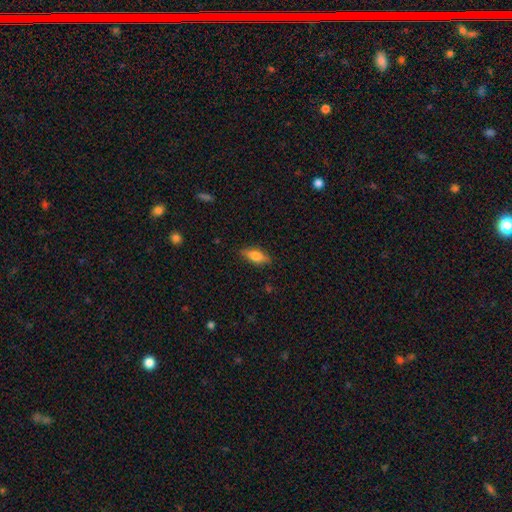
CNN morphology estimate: Smooth or featured? smooth (72%)
How rounded? in between (70%)
Merging? none (84%)